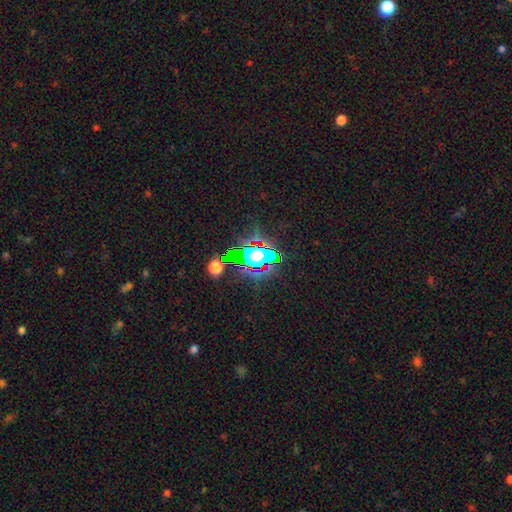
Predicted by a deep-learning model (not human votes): Q: Smooth or featured?
A: star or artifact (55%); runner-up: smooth (29%)